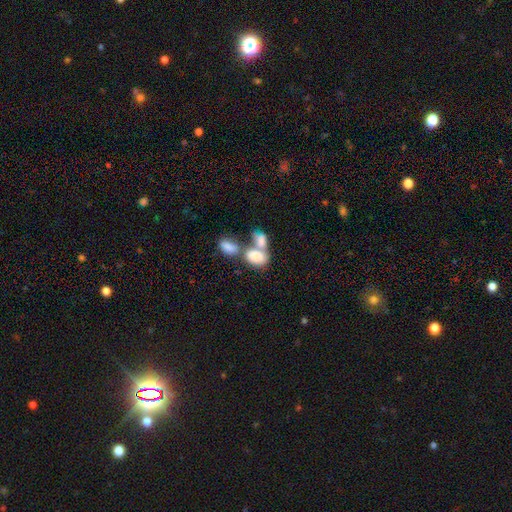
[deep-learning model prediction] The model was most divided on "merging": merger: 69%, none: 17%, minor disturbance: 7%, major disturbance: 6%. More confident: how rounded — in between (92%); smooth or featured — smooth (78%).